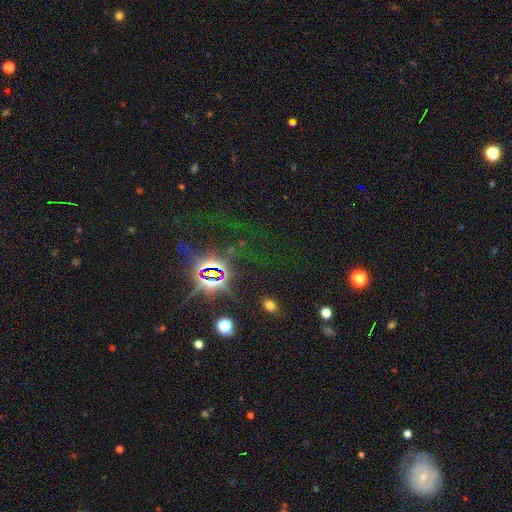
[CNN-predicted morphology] A star or artifact, not a galaxy (75%).

Vote fractions:
- Smooth or featured? star or artifact: 75% / smooth: 13% / featured or disk: 11%